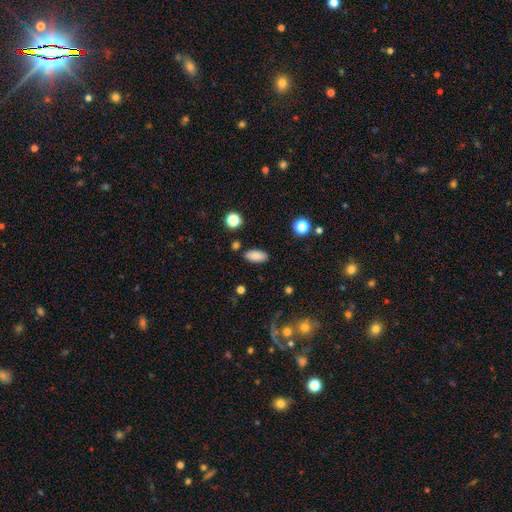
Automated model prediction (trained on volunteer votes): This is clearly a smooth galaxy (86%). How rounded: clearly in between (90%). Merging: clearly none (86%).